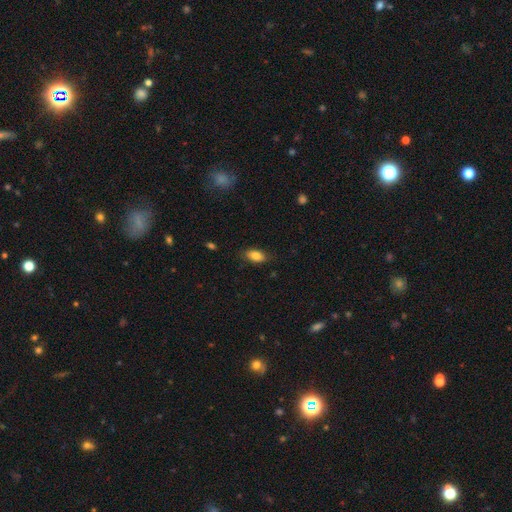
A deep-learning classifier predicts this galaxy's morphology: smooth_or_featured: smooth (p=0.84) [alt: featured or disk p=0.08]
how_rounded: in between (p=0.89) [alt: round p=0.06]
merging: none (p=0.82) [alt: minor disturbance p=0.14]